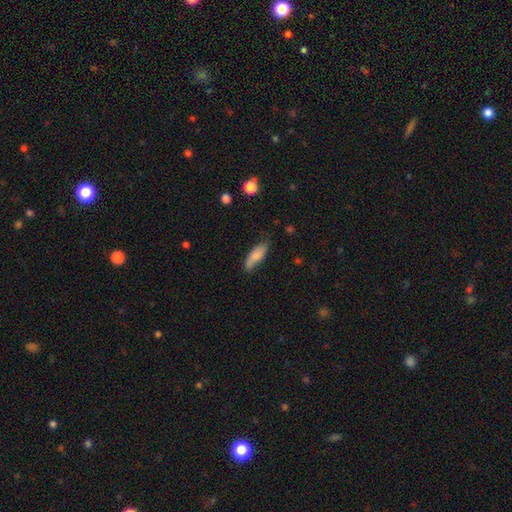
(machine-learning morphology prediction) Q: Smooth or featured?
A: smooth (74%); runner-up: featured or disk (19%)
Q: How rounded?
A: in between (63%); runner-up: cigar-shaped (34%)
Q: Merging?
A: none (66%); runner-up: minor disturbance (26%)